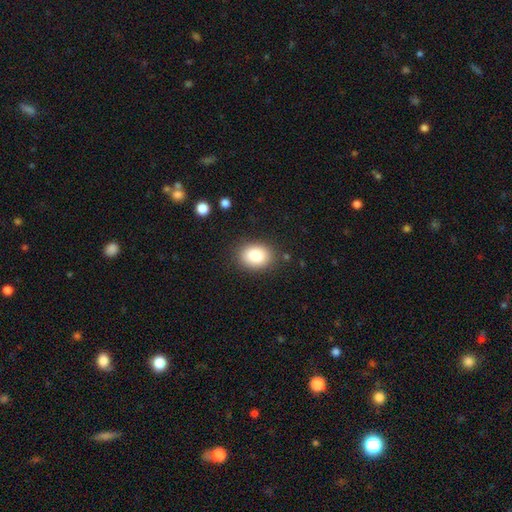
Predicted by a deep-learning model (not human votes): Smooth or featured?
  - smooth: 84% *
  - star or artifact: 8%
  - featured or disk: 7%
How rounded?
  - in between: 66% *
  - round: 33%
  - cigar-shaped: 1%
Merging?
  - none: 85% *
  - minor disturbance: 11%
  - major disturbance: 3%
  - merger: 1%